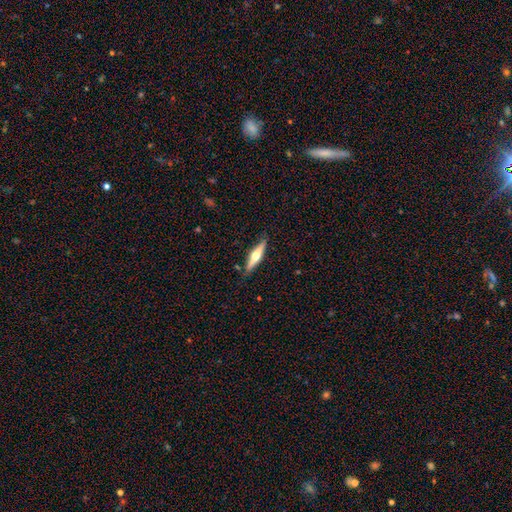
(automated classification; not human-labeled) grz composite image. It shows a featured or disk galaxy (59%) viewed edge-on (95%) with a rounded central bulge (94%). Merging: none (86%).